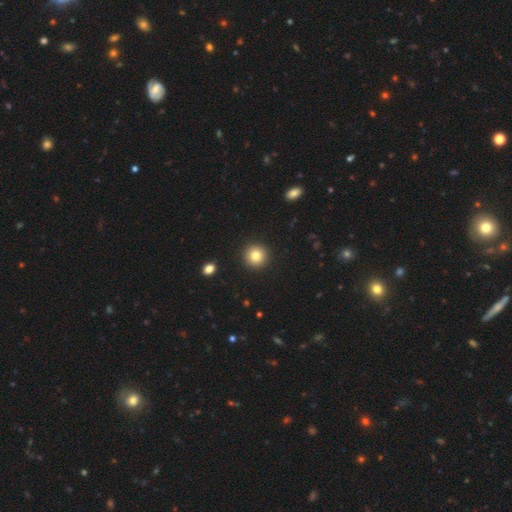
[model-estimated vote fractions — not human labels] smooth 82%, star or artifact 11%, featured or disk 8%. Down the decision tree: how rounded — round (95%); merging — none (93%).